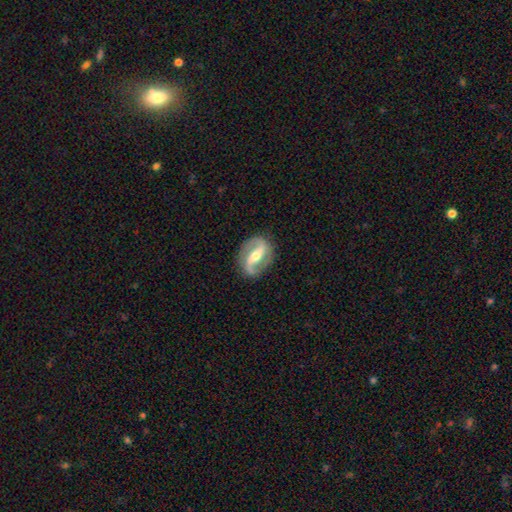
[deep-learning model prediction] A featured or disk galaxy (89%) with a strong bar (56%), 2 (92%) medium (46%) spiral arms (94%) and a moderate central bulge (65%). Merging: none (85%).